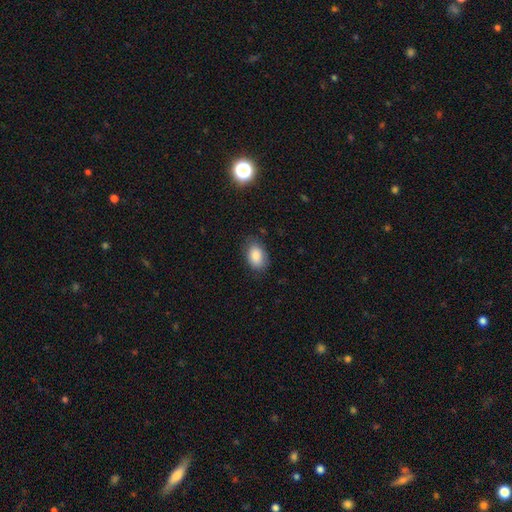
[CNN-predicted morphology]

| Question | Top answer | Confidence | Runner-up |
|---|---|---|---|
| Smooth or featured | smooth | 87% | star or artifact (8%) |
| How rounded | in between | 87% | round (12%) |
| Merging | none | 77% | minor disturbance (18%) |